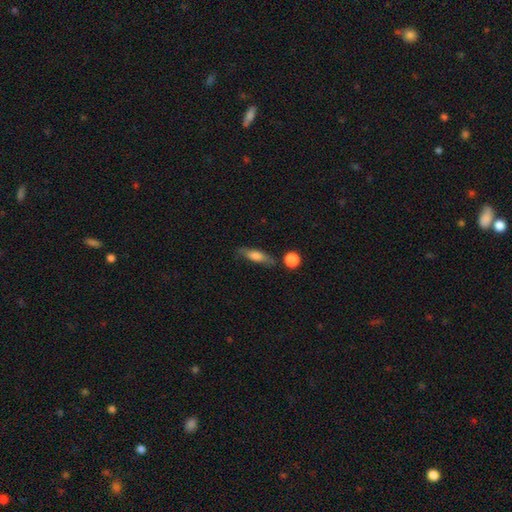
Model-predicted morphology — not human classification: Smooth or featured? Predicted: smooth (p=0.69). How rounded? Predicted: cigar-shaped (p=0.49). Merging? Predicted: none (p=0.70).